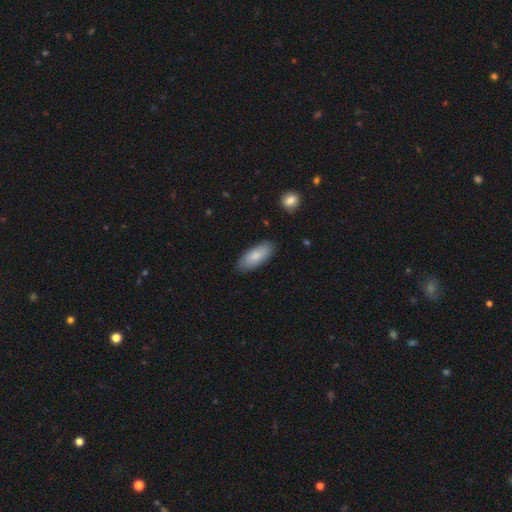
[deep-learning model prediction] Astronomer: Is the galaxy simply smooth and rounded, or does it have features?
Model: smooth — 81%.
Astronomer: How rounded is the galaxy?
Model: in between — 83%.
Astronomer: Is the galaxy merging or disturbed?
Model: none — 83%.